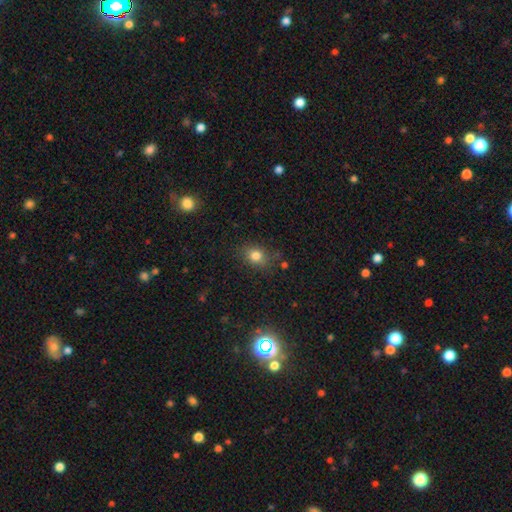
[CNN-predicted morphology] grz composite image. It shows a smooth galaxy with no disk features (80%) that is in between round and cigar-shaped (50%). Merging: none (77%).